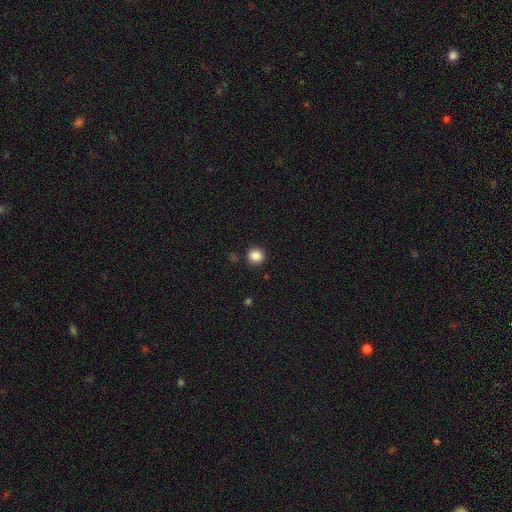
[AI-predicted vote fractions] smooth_or_featured: smooth (p=0.87) [alt: star or artifact p=0.10]
how_rounded: round (p=0.89) [alt: in between p=0.10]
merging: none (p=0.89) [alt: minor disturbance p=0.07]